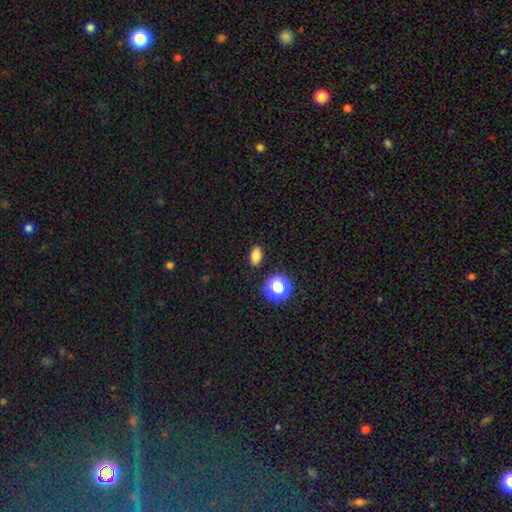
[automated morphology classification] The model was most divided on "how rounded": in between: 82%, round: 16%, cigar-shaped: 2%. More confident: merging — none (88%); smooth or featured — smooth (80%).